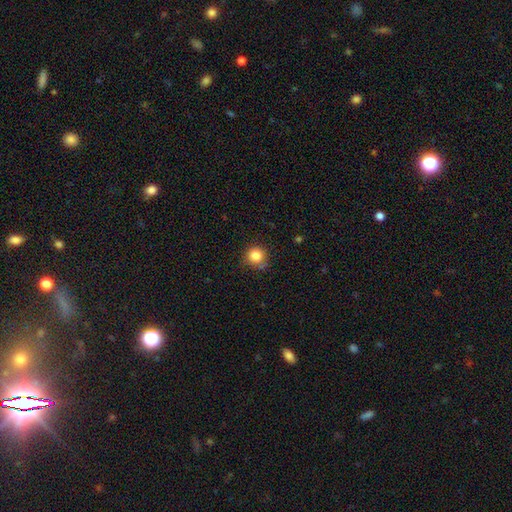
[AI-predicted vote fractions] This is clearly a smooth galaxy (83%). How rounded: clearly round (93%). Merging: likely none (78%).